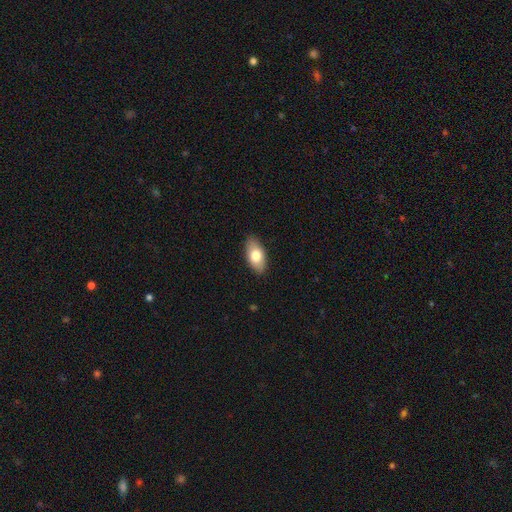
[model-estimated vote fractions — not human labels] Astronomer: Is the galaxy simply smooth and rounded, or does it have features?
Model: smooth — 76%.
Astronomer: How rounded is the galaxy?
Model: in between — 92%.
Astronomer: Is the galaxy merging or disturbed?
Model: none — 88%.